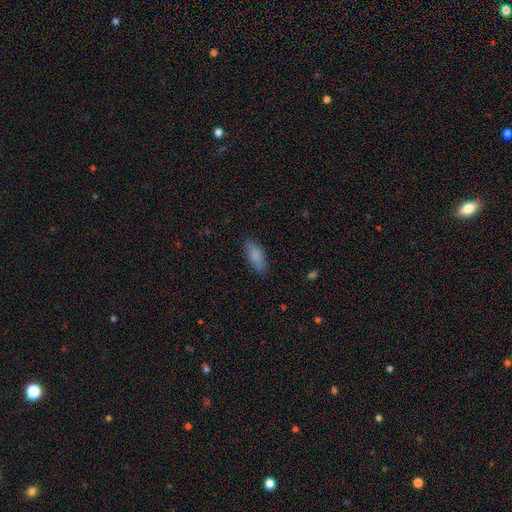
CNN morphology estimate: smooth-or-featured: smooth: 84% | featured or disk: 9% | star or artifact: 7%
  how-rounded: in between: 70% | cigar-shaped: 28% | round: 2%
  merging: none: 84% | minor disturbance: 12% | major disturbance: 3% | merger: 1%